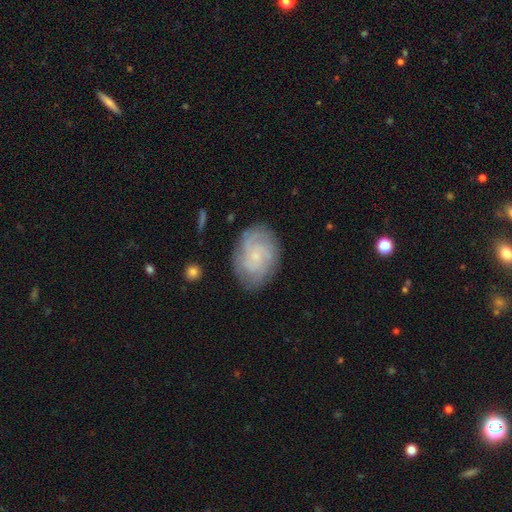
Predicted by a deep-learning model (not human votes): This appears to be a featured or disk galaxy (71%) with no bar (75%), tight (62%) spiral arms (94%) and a small central bulge (79%). Merging: none (80%).